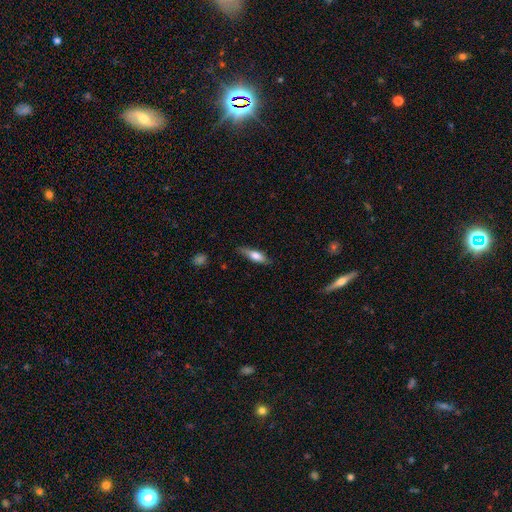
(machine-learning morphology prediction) This appears to be a smooth galaxy with no disk features (66%) that is cigar-shaped (54%). Merging: none (79%).